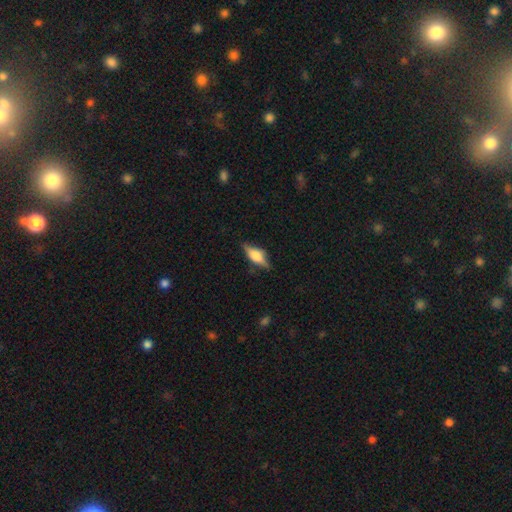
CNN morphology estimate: Smooth or featured? featured or disk (56%)
Edge-on disk? yes (94%)
Edge-on bulge? rounded (77%)
Merging? none (78%)